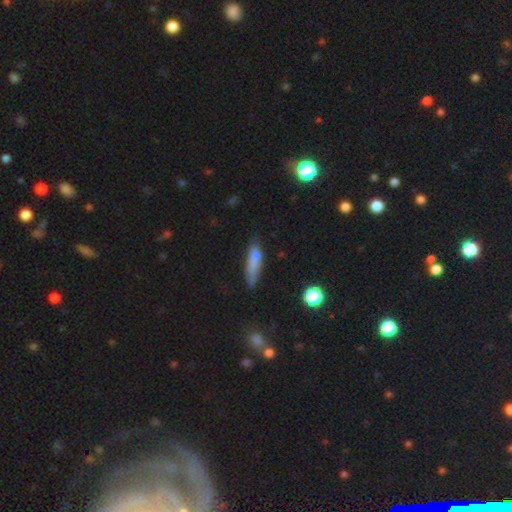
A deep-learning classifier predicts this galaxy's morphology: This appears to be a smooth galaxy with no disk features (69%) that is cigar-shaped (71%). Merging: none (57%).